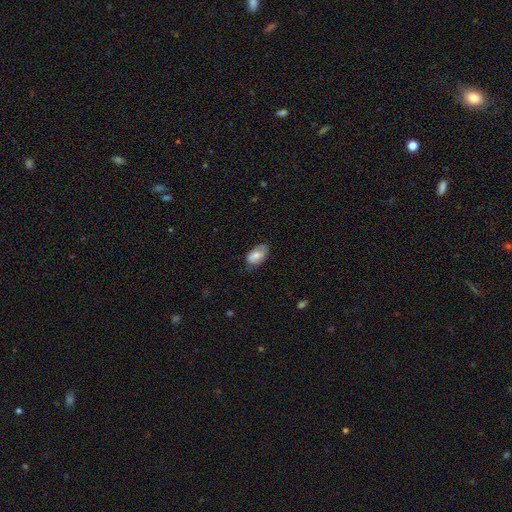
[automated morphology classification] Smooth or featured: smooth — 73% (featured or disk — 21%)
How rounded: in between — 93% (round — 5%)
Merging: none — 67% (minor disturbance — 26%)